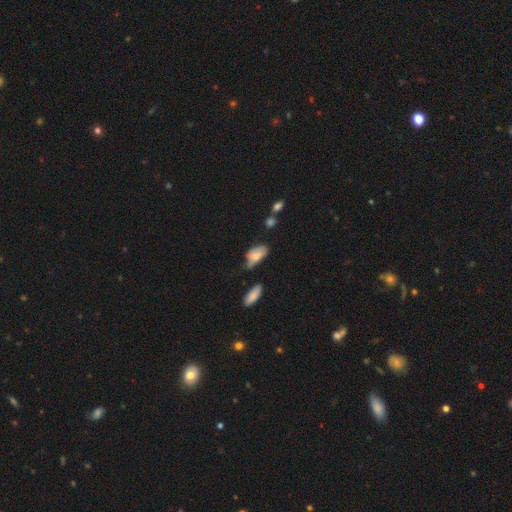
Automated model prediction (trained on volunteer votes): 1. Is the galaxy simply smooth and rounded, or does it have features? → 68% smooth, 24% featured or disk, 8% star or artifact.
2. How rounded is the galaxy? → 91% in between, 5% round, 4% cigar-shaped.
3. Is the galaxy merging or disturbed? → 41% minor disturbance, 32% none, 19% major disturbance, 7% merger.